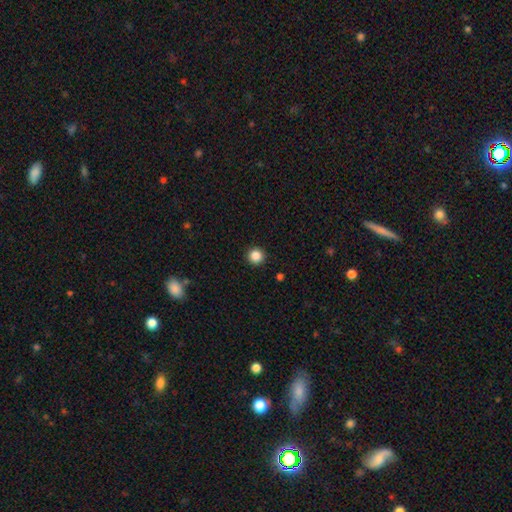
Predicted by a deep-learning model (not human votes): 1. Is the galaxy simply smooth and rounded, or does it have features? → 86% smooth, 11% star or artifact, 3% featured or disk.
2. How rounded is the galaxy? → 95% round, 4% in between, 1% cigar-shaped.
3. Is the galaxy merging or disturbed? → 93% none, 5% minor disturbance, 2% major disturbance, 1% merger.